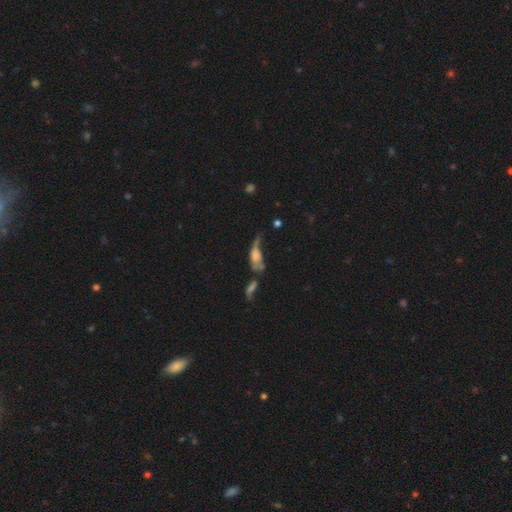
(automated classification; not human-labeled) A smooth galaxy with no disk features (54%) that is in between round and cigar-shaped (71%). Merging: major disturbance (33%).